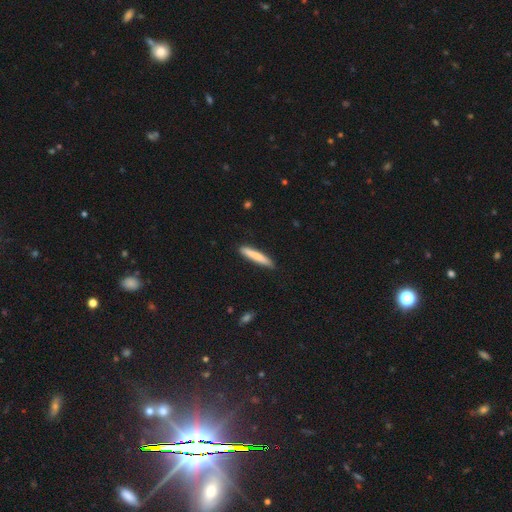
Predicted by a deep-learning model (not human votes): Smooth or featured? smooth (79%)
How rounded? cigar-shaped (93%)
Merging? none (86%)